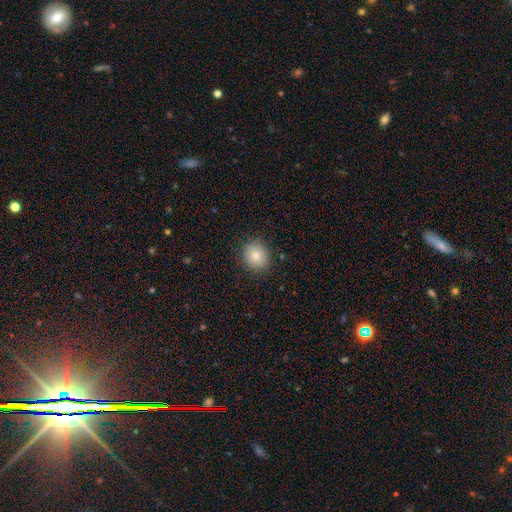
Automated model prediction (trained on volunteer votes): The model was most divided on "how rounded": round: 81%, in between: 18%, cigar-shaped: 1%. More confident: merging — none (88%); smooth or featured — smooth (80%).